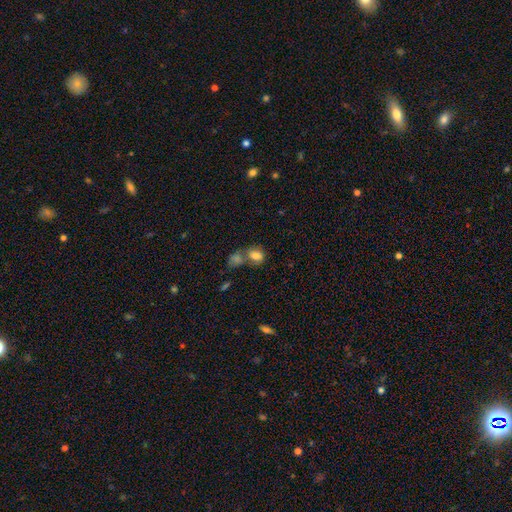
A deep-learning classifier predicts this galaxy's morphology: Overall: smooth (78%). How rounded: in between (60%; round 39%). Merging: none (41%; merger 40%).